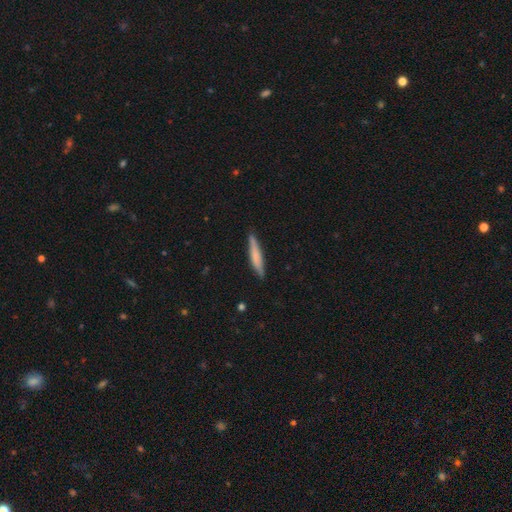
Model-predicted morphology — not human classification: Smooth or featured: smooth — 65% (featured or disk — 29%)
How rounded: cigar-shaped — 91% (in between — 7%)
Merging: none — 84% (minor disturbance — 13%)